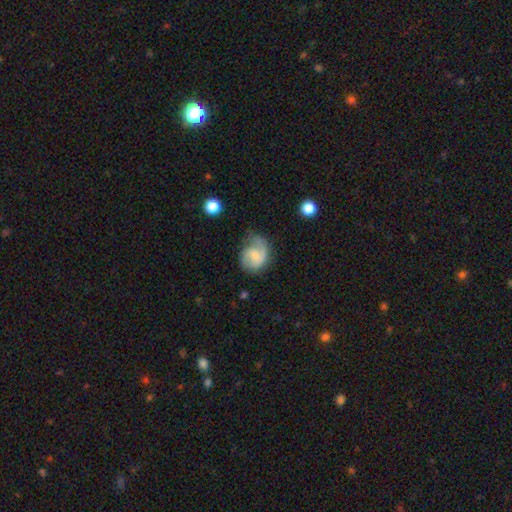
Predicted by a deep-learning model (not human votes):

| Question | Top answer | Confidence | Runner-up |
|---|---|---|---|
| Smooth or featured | featured or disk | 50% | smooth (42%) |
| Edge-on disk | no | 98% | yes (2%) |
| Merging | none | 46% | minor disturbance (30%) |